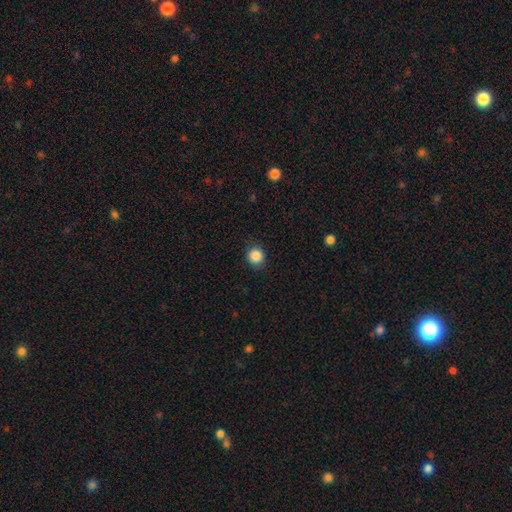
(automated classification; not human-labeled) Q: Smooth or featured?
A: smooth (86%); runner-up: star or artifact (10%)
Q: How rounded?
A: round (89%); runner-up: in between (10%)
Q: Merging?
A: none (88%); runner-up: minor disturbance (9%)